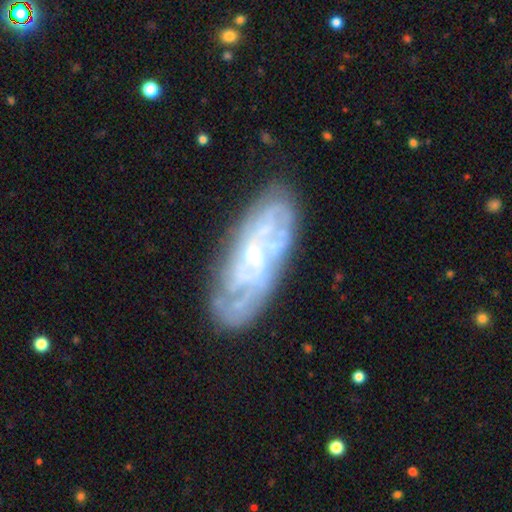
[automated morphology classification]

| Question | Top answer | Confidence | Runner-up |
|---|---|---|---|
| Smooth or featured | featured or disk | 77% | smooth (15%) |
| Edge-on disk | no | 87% | yes (13%) |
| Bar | no | 59% | weak (31%) |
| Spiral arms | yes | 82% | no (18%) |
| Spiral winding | tight | 61% | medium (29%) |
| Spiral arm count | can't tell | 54% | 2 (14%) |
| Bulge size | small | 72% | moderate (22%) |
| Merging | none | 76% | minor disturbance (16%) |